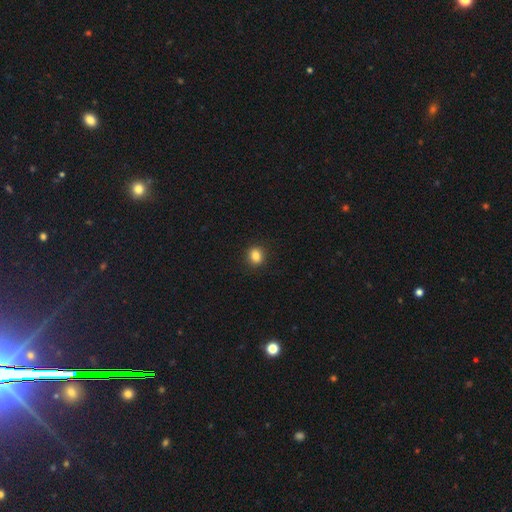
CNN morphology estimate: Smooth or featured?
  - smooth: 84% *
  - star or artifact: 11%
  - featured or disk: 5%
How rounded?
  - round: 68% *
  - in between: 31%
  - cigar-shaped: 1%
Merging?
  - none: 91% *
  - minor disturbance: 6%
  - major disturbance: 2%
  - merger: 1%